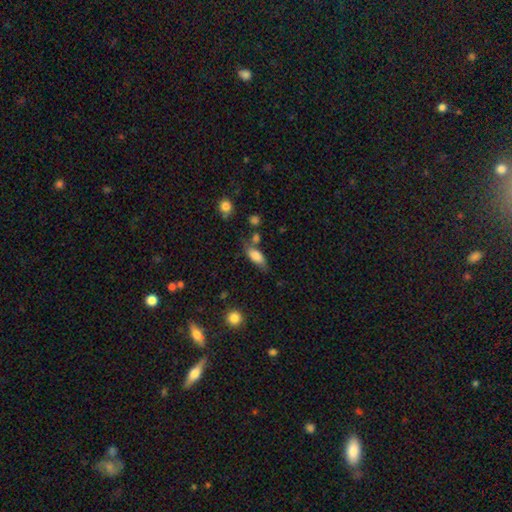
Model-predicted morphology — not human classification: smooth 77%, featured or disk 15%, star or artifact 8%. Down the decision tree: how rounded — in between (84%); merging — none (56%).